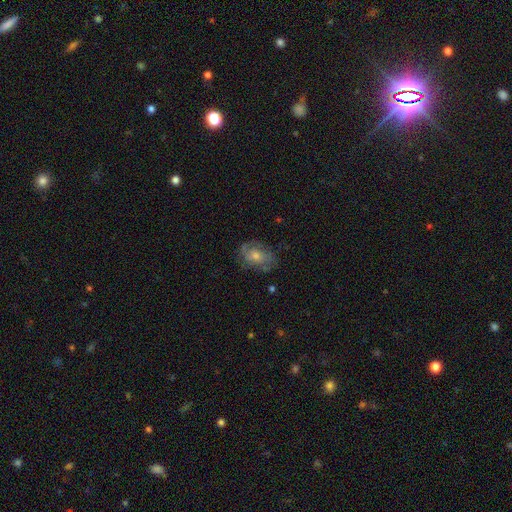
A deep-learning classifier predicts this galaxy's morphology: A featured or disk galaxy (54%) with no bar (74%), spiral arms (71%) and a moderate central bulge (53%).

Vote fractions:
- Smooth or featured? featured or disk: 54% / smooth: 34% / star or artifact: 12%
- Edge-on disk? no: 95% / yes: 5%
- Bar? no: 74% / weak: 22% / strong: 4%
- Spiral arms? yes: 71% / no: 29%
- Bulge size? moderate: 53% / small: 40% / large: 4% / none: 2% / dominant: 1%
- Merging? none: 71% / minor disturbance: 20% / major disturbance: 8% / merger: 2%